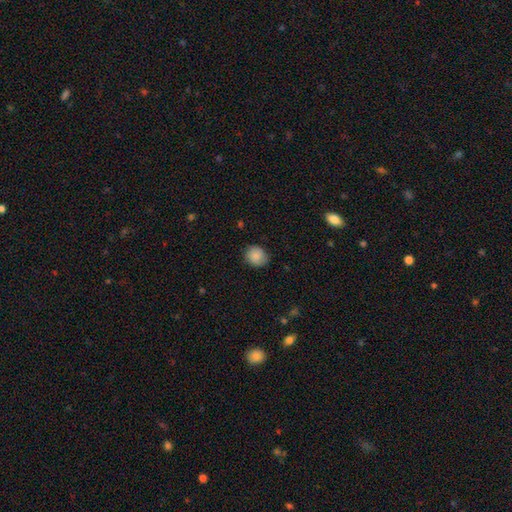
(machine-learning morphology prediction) Smooth or featured: smooth — 85% (star or artifact — 8%)
How rounded: round — 73% (in between — 26%)
Merging: none — 80% (minor disturbance — 16%)